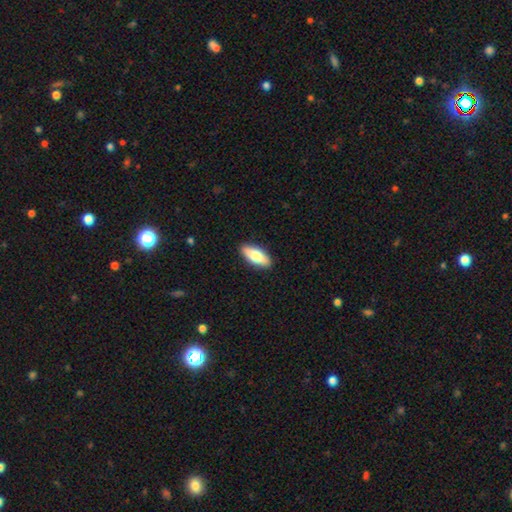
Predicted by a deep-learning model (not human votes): Morphology: type=smooth (71%); roundness=in between (74%); merging=none (90%).